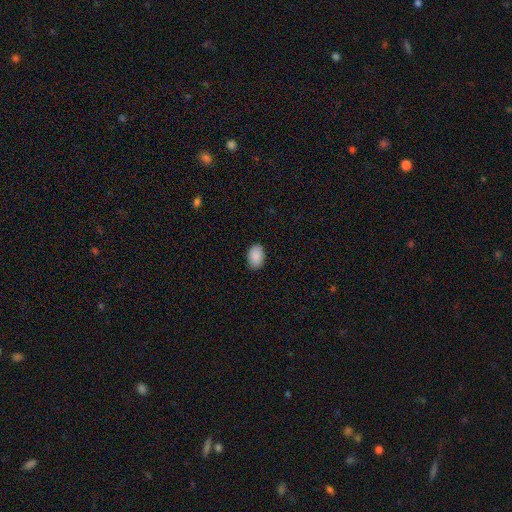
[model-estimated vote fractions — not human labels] Smooth or featured? Predicted: smooth (p=0.90). How rounded? Predicted: in between (p=0.84). Merging? Predicted: none (p=0.87).